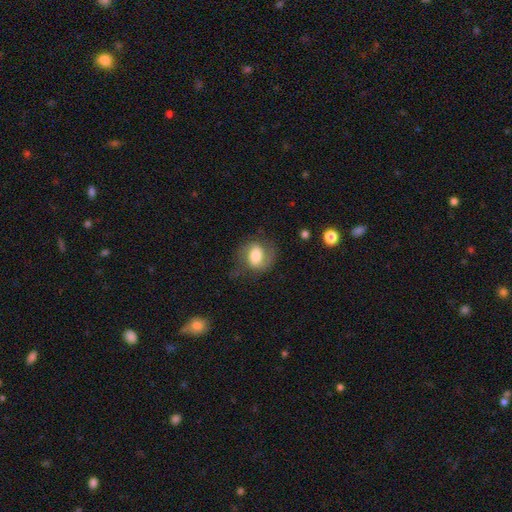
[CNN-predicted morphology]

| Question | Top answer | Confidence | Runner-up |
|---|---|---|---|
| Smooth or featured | smooth | 54% | featured or disk (38%) |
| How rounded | in between | 59% | round (39%) |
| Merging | none | 56% | minor disturbance (24%) |